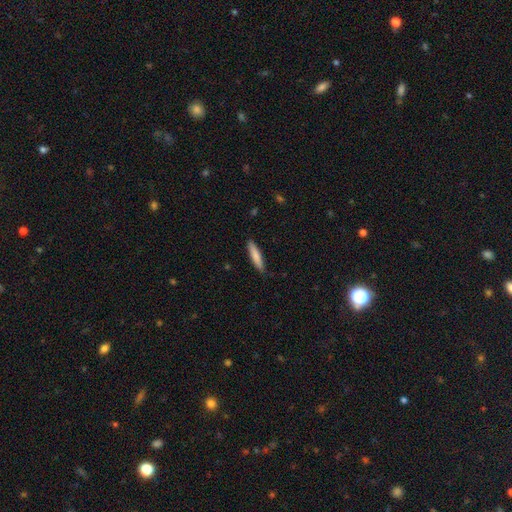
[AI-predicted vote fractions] Smooth or featured? smooth (80%)
How rounded? cigar-shaped (86%)
Merging? none (87%)